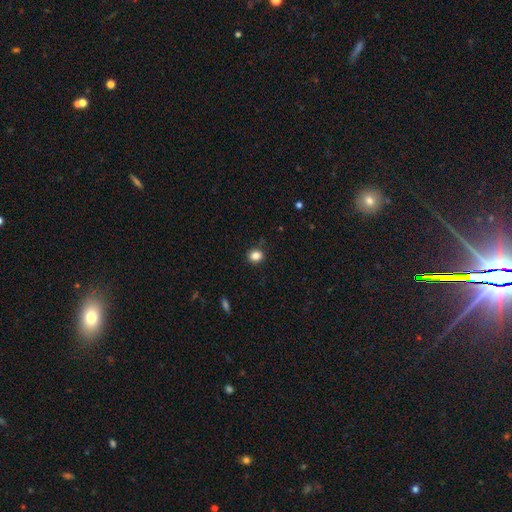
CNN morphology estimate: The model was most divided on "how rounded": round: 71%, in between: 28%, cigar-shaped: 1%. More confident: merging — none (87%); smooth or featured — smooth (84%).